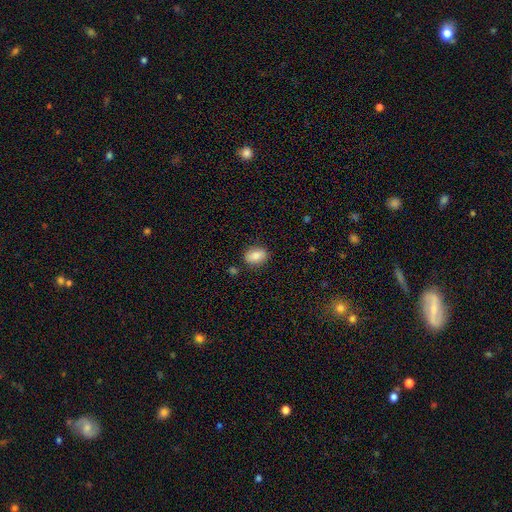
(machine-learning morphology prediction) type=smooth (84%); roundness=in between (79%); merging=none (83%).